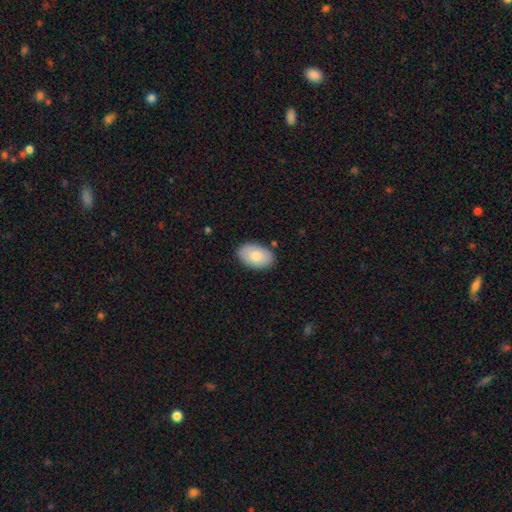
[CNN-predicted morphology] Smooth or featured: smooth — 80% (featured or disk — 14%)
How rounded: in between — 92% (round — 7%)
Merging: none — 85% (minor disturbance — 11%)